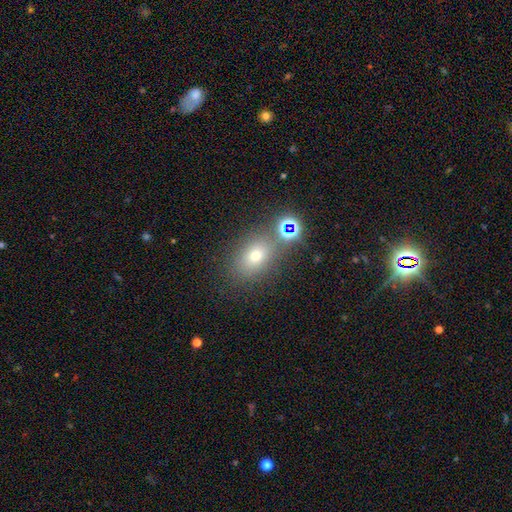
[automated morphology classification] A smooth galaxy with no disk features (65%) that is in between round and cigar-shaped (65%). Merging: none (74%).